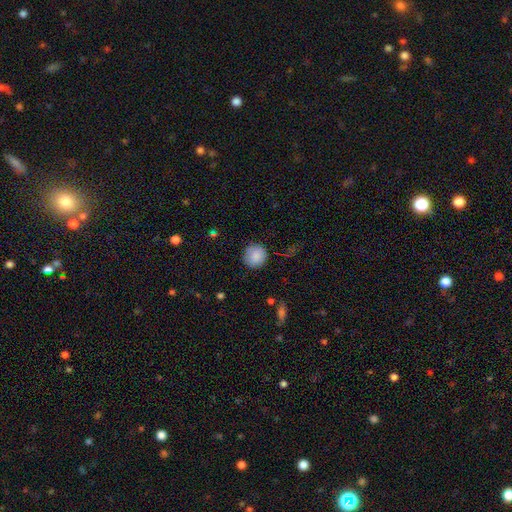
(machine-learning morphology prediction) type=smooth (88%); roundness=round (92%); merging=none (87%).